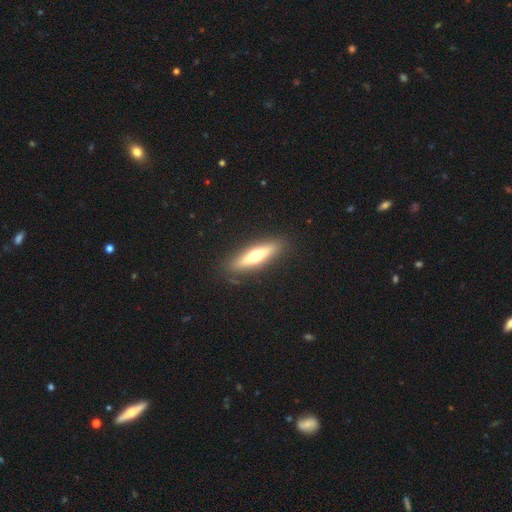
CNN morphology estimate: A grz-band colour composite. It shows a featured or disk galaxy (54%) viewed edge-on (90%). Merging: none (88%).